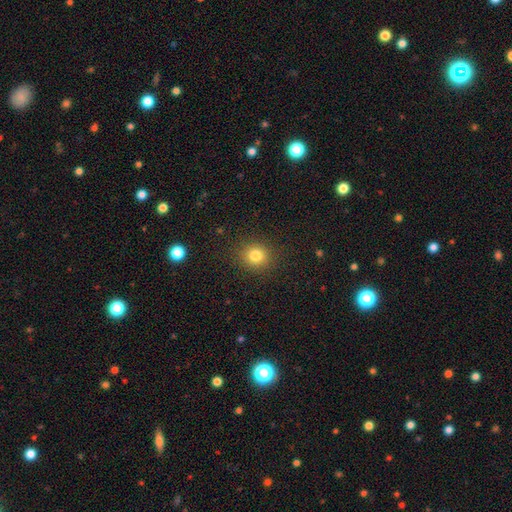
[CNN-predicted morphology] Smooth or featured? smooth (81%)
How rounded? round (85%)
Merging? none (89%)